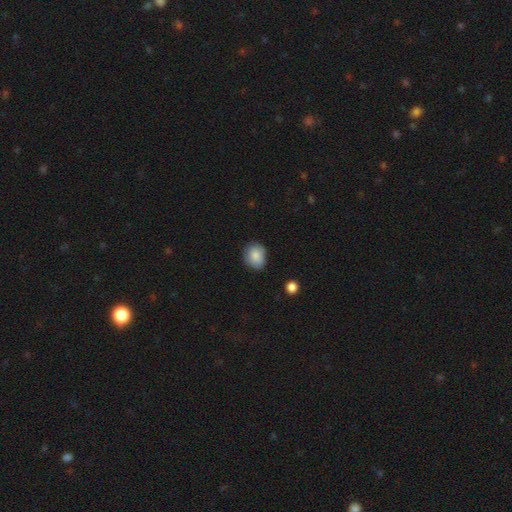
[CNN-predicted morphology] This is clearly a smooth galaxy (86%). How rounded: likely round (61%). Merging: likely none (74%).